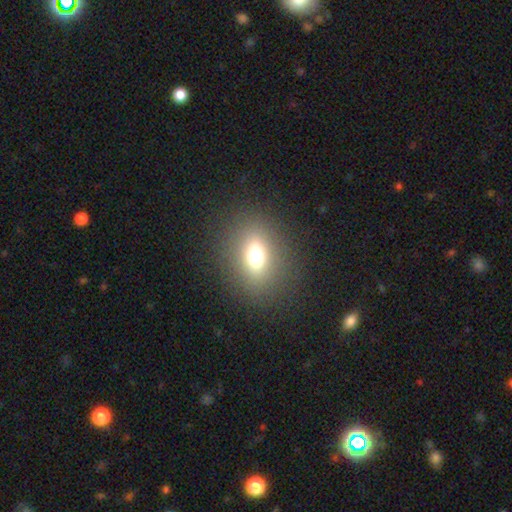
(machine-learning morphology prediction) smooth_or_featured: smooth (p=0.68) [alt: star or artifact p=0.19]
how_rounded: in between (p=0.51) [alt: round p=0.47]
merging: none (p=0.86) [alt: minor disturbance p=0.07]